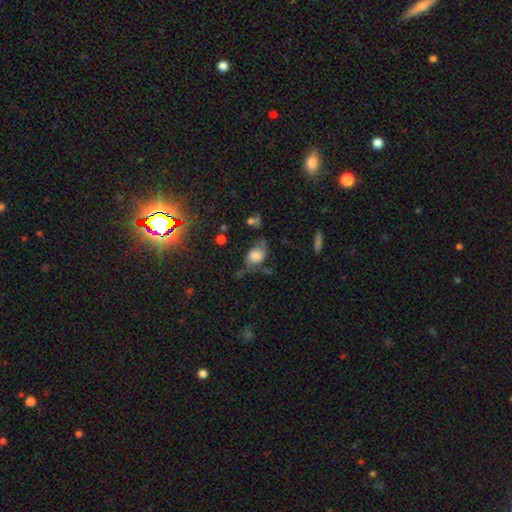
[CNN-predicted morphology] This appears to be a smooth galaxy with no disk features (64%) that is in between round and cigar-shaped (69%). Merging: none (36%).